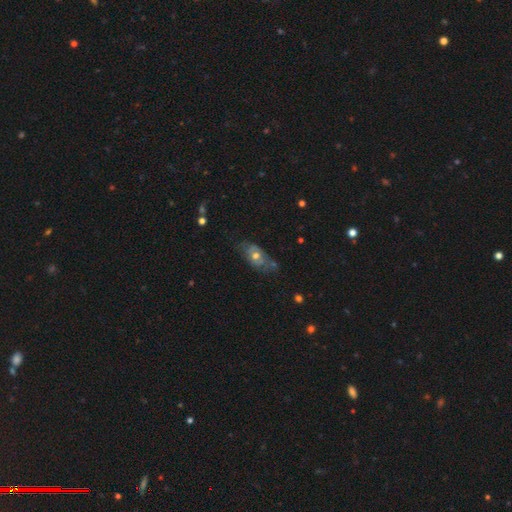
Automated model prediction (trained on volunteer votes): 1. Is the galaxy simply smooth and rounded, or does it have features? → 53% featured or disk, 38% smooth, 9% star or artifact.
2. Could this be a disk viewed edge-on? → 87% no, 13% yes.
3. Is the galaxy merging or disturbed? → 47% none, 32% minor disturbance, 16% major disturbance, 5% merger.